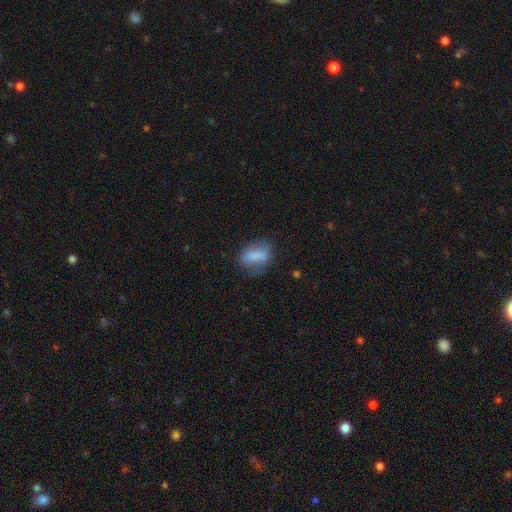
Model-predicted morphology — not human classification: smooth_or_featured: smooth (p=0.70) [alt: featured or disk p=0.21]
how_rounded: in between (p=0.75) [alt: round p=0.16]
merging: none (p=0.61) [alt: minor disturbance p=0.24]